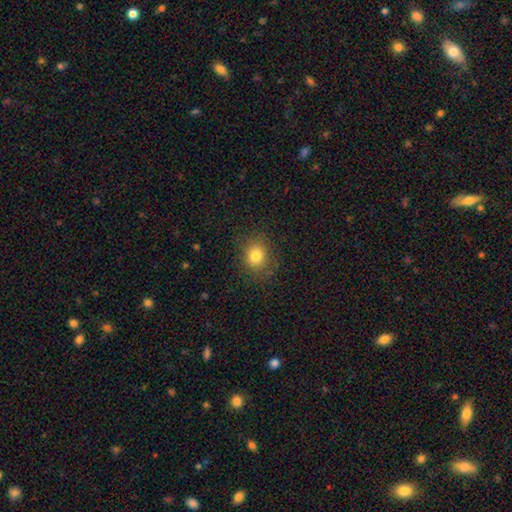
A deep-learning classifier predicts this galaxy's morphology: Overall: smooth (80%). How rounded: round (69%; in between 30%). Merging: none (83%).